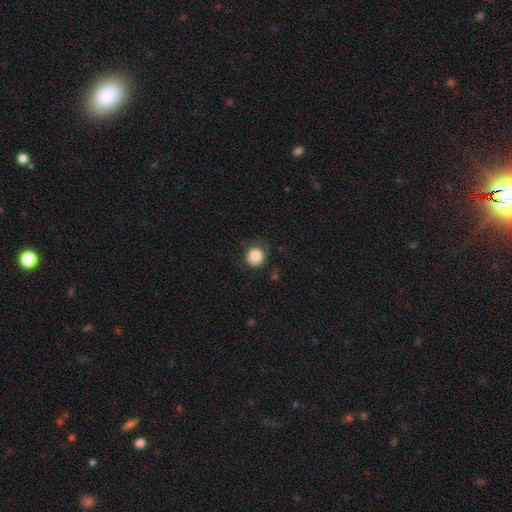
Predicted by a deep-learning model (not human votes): smooth-or-featured: smooth: 84% | star or artifact: 9% | featured or disk: 7%
  how-rounded: round: 90% | in between: 9% | cigar-shaped: 1%
  merging: none: 72% | minor disturbance: 19% | major disturbance: 7% | merger: 1%